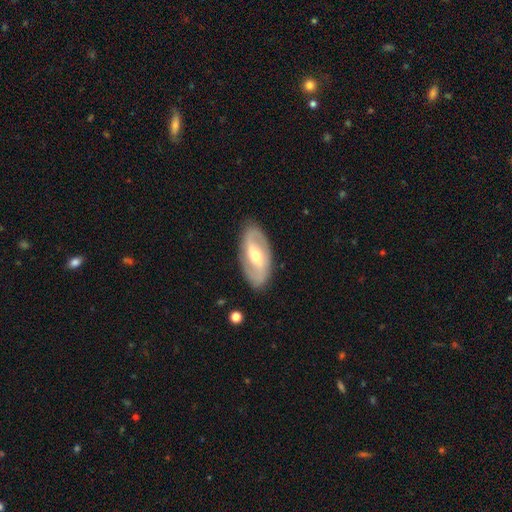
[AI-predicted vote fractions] A featured or disk galaxy (80%) with a weak bar (40%), 2 (89%) medium (43%) spiral arms (87%) and a moderate central bulge (60%).

Vote fractions:
- Smooth or featured? featured or disk: 80% / smooth: 15% / star or artifact: 5%
- Edge-on disk? no: 94% / yes: 6%
- Bar? weak: 40% / strong: 38% / no: 21%
- Spiral arms? yes: 87% / no: 13%
- Spiral winding? medium: 43% / loose: 32% / tight: 26%
- Spiral arm count? 2: 89% / can't tell: 6% / 1: 2% / 3: 1% / 4: 1% / more than 4: 1%
- Bulge size? moderate: 60% / small: 34% / large: 3% / none: 1% / dominant: 1%
- Merging? none: 86% / minor disturbance: 10% / major disturbance: 3% / merger: 1%